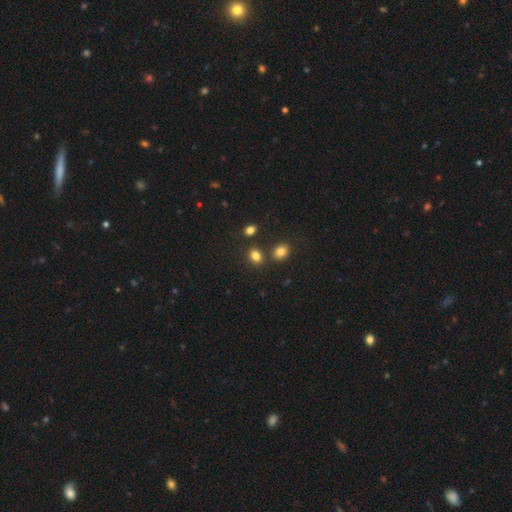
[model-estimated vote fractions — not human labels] smooth-or-featured: smooth: 82% | star or artifact: 12% | featured or disk: 6%
  how-rounded: in between: 64% | round: 35% | cigar-shaped: 1%
  merging: none: 72% | merger: 14% | minor disturbance: 11% | major disturbance: 3%